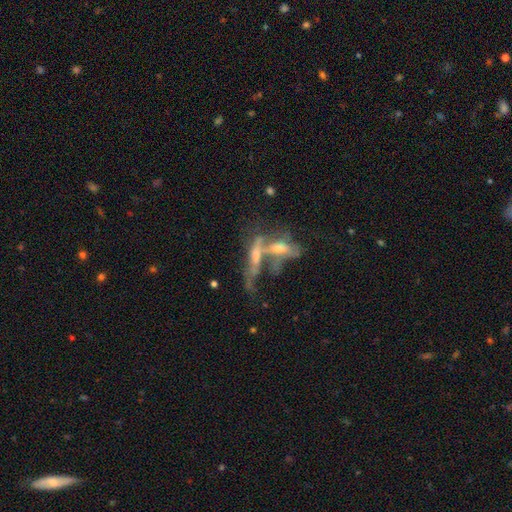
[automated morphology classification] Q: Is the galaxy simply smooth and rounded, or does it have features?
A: featured or disk — 58%.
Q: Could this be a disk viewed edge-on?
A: no — 66%.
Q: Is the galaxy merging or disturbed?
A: merger — 61%.